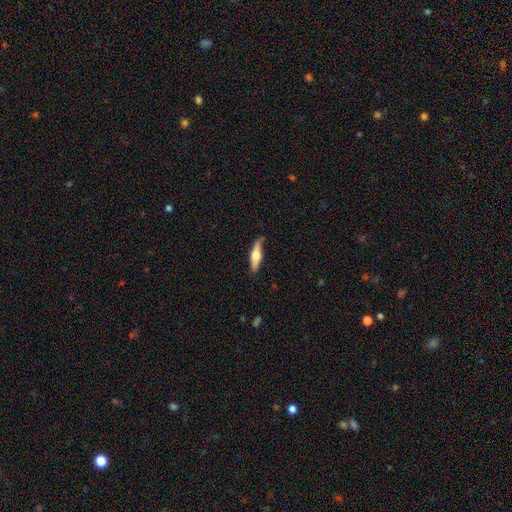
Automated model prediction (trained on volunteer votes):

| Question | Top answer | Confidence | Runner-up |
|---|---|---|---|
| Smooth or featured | smooth | 50% | featured or disk (45%) |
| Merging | none | 74% | minor disturbance (20%) |